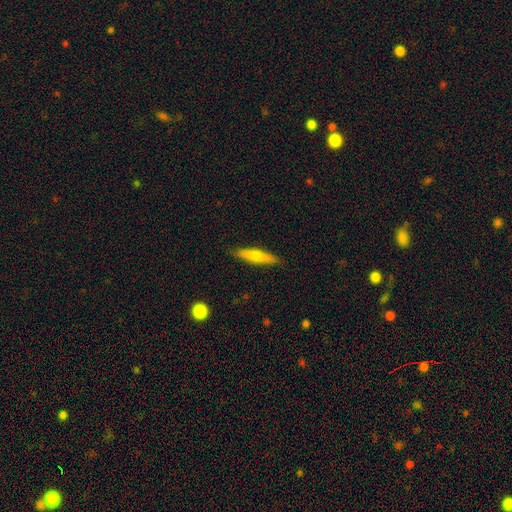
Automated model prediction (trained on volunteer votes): This appears to be a smooth galaxy with no disk features (60%) that is cigar-shaped (86%). Merging: none (89%).